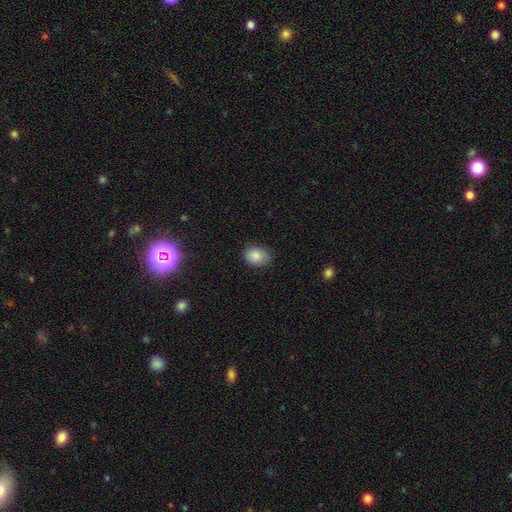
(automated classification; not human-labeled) Smooth or featured?
  - smooth: 86% *
  - star or artifact: 9%
  - featured or disk: 5%
How rounded?
  - in between: 60% *
  - round: 39%
  - cigar-shaped: 1%
Merging?
  - none: 80% *
  - minor disturbance: 16%
  - major disturbance: 3%
  - merger: 1%